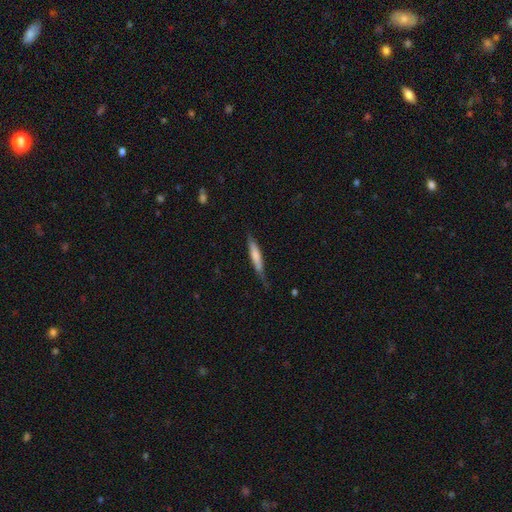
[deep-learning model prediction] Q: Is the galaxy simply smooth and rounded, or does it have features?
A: smooth — 65%.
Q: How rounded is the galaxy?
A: cigar-shaped — 90%.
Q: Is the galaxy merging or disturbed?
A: none — 62%.